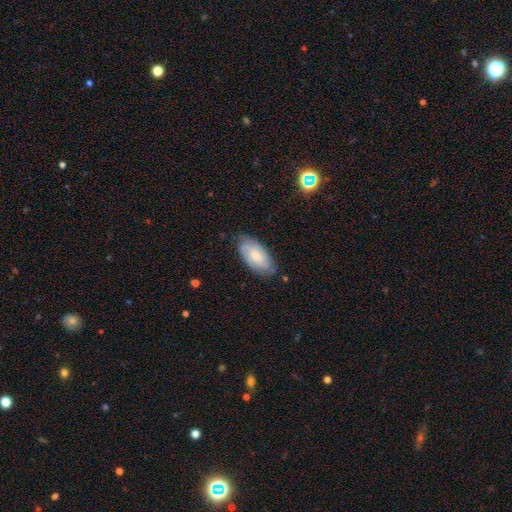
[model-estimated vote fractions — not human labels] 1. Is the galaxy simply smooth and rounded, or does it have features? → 59% smooth, 34% featured or disk, 7% star or artifact.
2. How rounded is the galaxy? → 92% in between, 6% cigar-shaped, 2% round.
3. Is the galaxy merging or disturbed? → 76% none, 19% minor disturbance, 4% major disturbance, 1% merger.